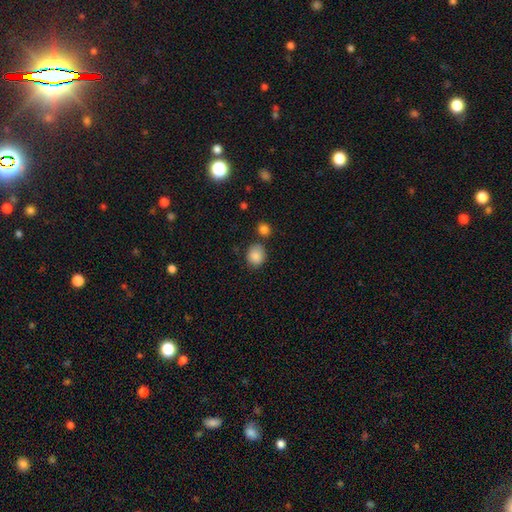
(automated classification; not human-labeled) smooth 87%, star or artifact 9%, featured or disk 4%. Down the decision tree: how rounded — round (73%); merging — none (74%).